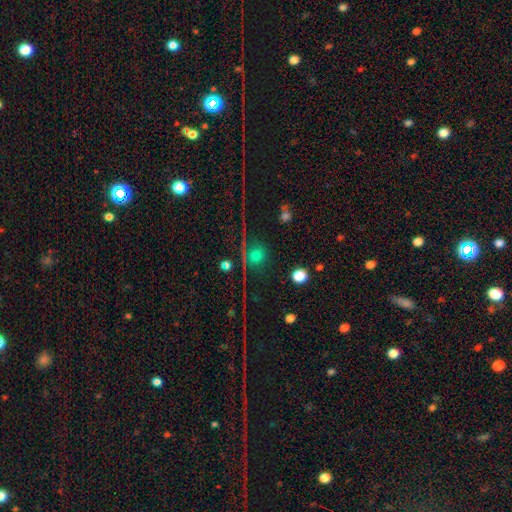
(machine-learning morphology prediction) Smooth or featured? Predicted: smooth (p=0.49). Merging? Predicted: none (p=0.77).